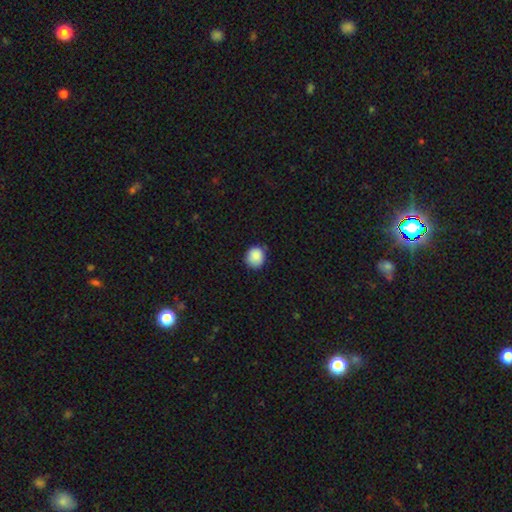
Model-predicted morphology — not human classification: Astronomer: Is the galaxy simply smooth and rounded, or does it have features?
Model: smooth — 87%.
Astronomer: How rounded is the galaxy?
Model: round — 84%.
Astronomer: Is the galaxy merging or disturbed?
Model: none — 77%.